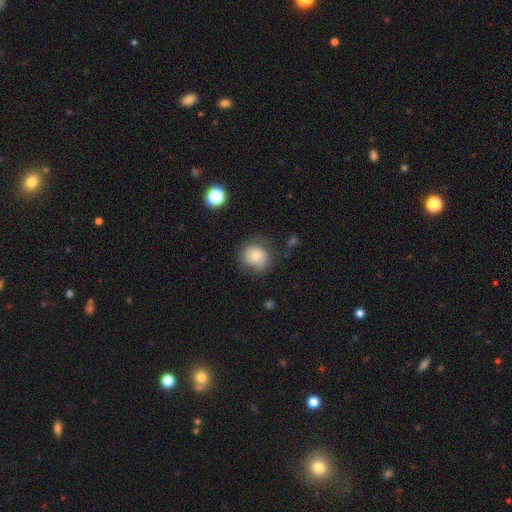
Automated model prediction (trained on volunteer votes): Morphology: type=smooth (76%); roundness=round (77%); merging=none (70%).